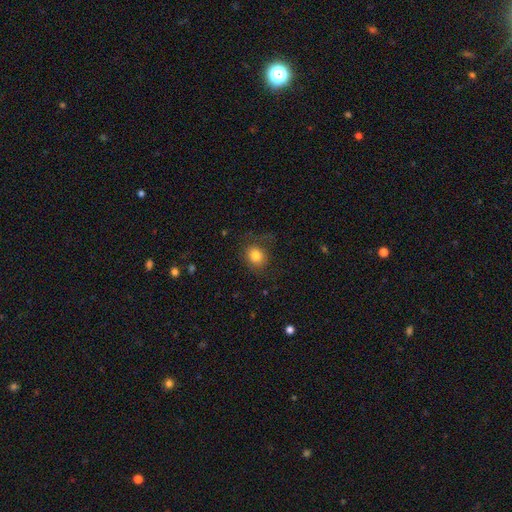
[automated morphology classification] This is likely a smooth galaxy (80%). How rounded: likely round (63%). Merging: likely none (68%).